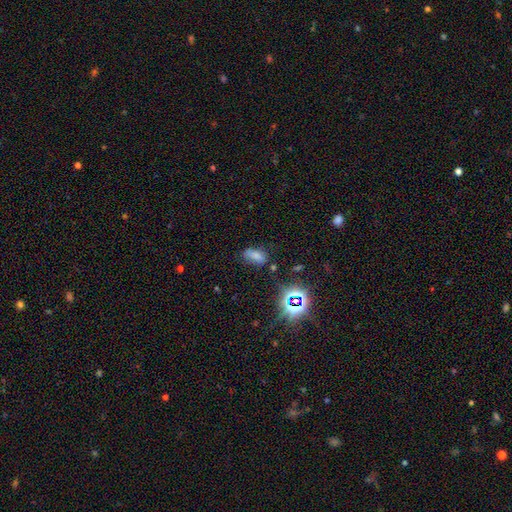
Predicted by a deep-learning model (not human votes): Smooth or featured?
  - smooth: 65% *
  - star or artifact: 23%
  - featured or disk: 12%
How rounded?
  - in between: 86% *
  - cigar-shaped: 8%
  - round: 6%
Merging?
  - none: 58% *
  - minor disturbance: 26%
  - major disturbance: 11%
  - merger: 6%